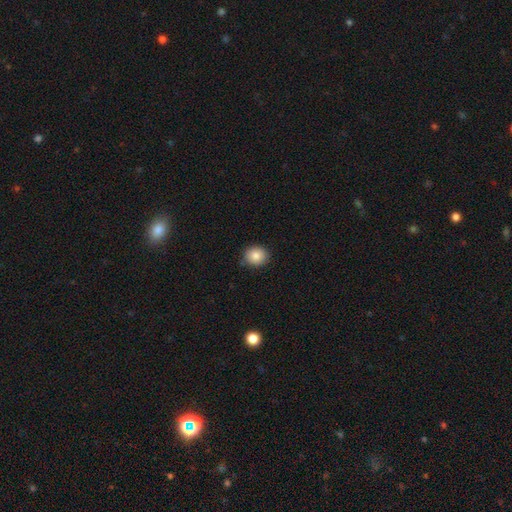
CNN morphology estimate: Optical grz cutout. It shows a smooth galaxy with no disk features (85%) that is round (78%). Merging: none (88%).